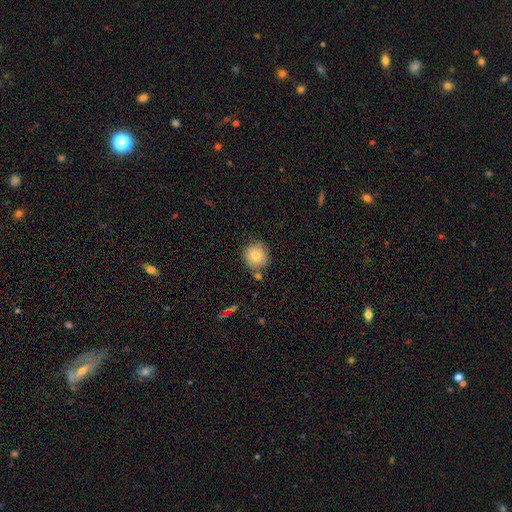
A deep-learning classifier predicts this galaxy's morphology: Overall: smooth (80%). How rounded: round (91%). Merging: none (73%).